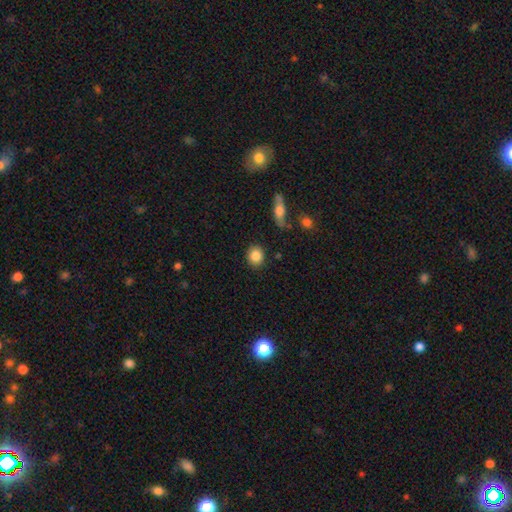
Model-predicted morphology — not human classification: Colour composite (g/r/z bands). It shows a smooth galaxy with no disk features (86%) that is round (79%). Merging: none (88%).